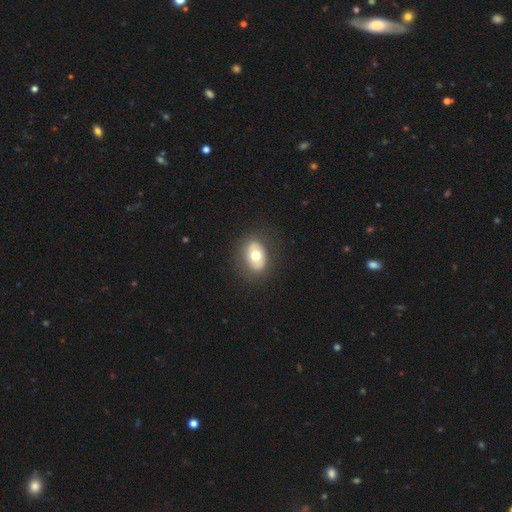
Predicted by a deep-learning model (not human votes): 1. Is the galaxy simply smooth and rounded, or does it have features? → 57% smooth, 36% featured or disk, 8% star or artifact.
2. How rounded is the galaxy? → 71% in between, 28% round, 1% cigar-shaped.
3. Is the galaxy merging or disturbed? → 81% none, 13% minor disturbance, 5% major disturbance, 1% merger.